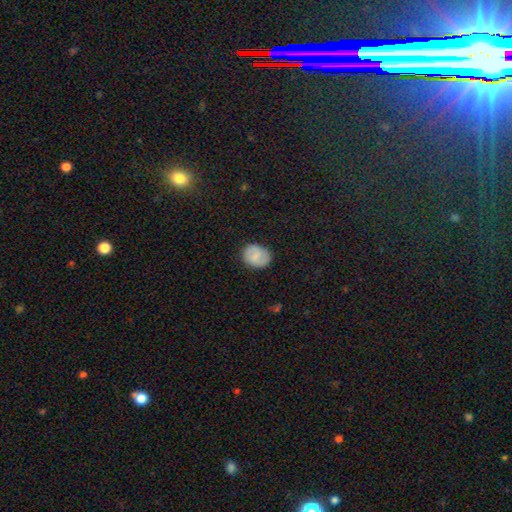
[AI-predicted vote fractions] A smooth galaxy with no disk features (69%) that is round (52%). Merging: none (83%).